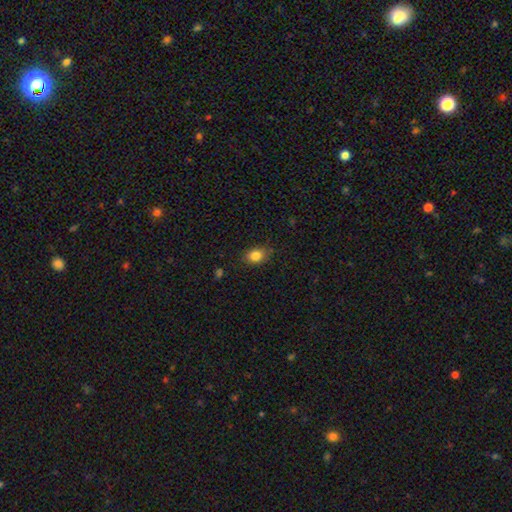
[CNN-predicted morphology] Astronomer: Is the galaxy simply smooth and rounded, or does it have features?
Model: smooth — 84%.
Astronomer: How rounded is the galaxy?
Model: in between — 68%.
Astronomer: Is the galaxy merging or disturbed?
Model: none — 81%.